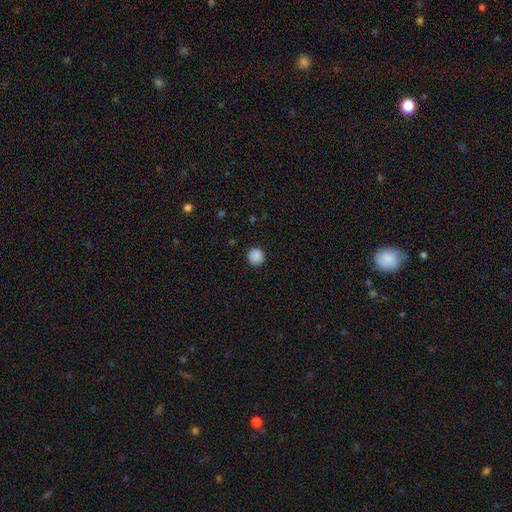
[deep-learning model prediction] A smooth galaxy with no disk features (88%) that is round (95%). Merging: none (91%).